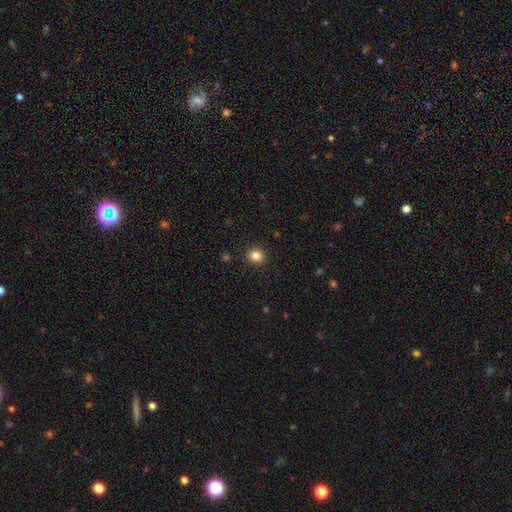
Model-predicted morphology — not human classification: A smooth galaxy with no disk features (84%) that is round (81%).

Vote fractions:
- Smooth or featured? smooth: 84% / star or artifact: 12% / featured or disk: 5%
- How rounded? round: 81% / in between: 18% / cigar-shaped: 1%
- Merging? none: 91% / minor disturbance: 6% / major disturbance: 2% / merger: 1%